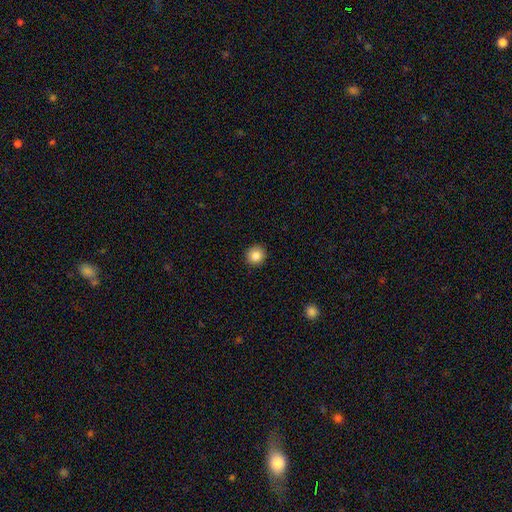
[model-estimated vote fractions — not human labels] Smooth or featured: smooth — 84% (star or artifact — 10%)
How rounded: round — 94% (in between — 5%)
Merging: none — 92% (minor disturbance — 6%)